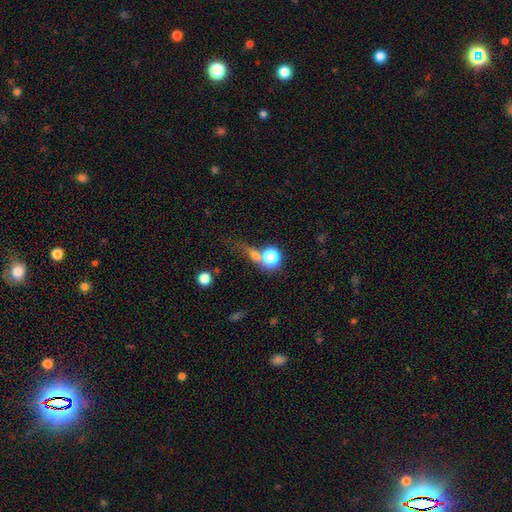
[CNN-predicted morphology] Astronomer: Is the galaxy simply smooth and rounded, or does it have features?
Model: smooth — 59%.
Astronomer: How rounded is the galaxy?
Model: round — 62%.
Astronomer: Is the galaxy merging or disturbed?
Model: none — 45% (runner-up: merger, 28%).